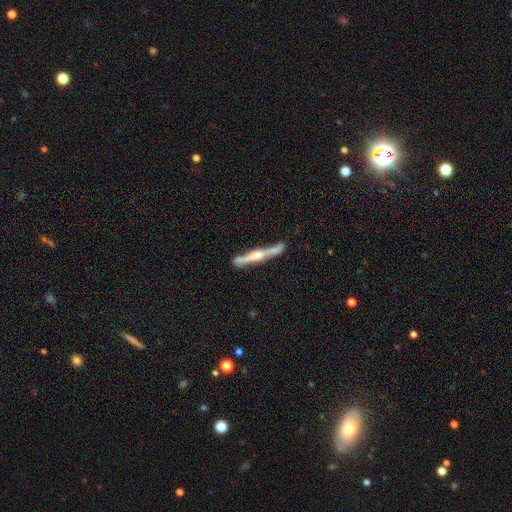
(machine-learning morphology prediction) smooth_or_featured: featured or disk (p=0.67) [alt: smooth p=0.27]
disk_edge_on: yes (p=0.96) [alt: no p=0.04]
edge_on_bulge: rounded (p=0.63) [alt: boxy p=0.25]
merging: none (p=0.76) [alt: minor disturbance p=0.15]